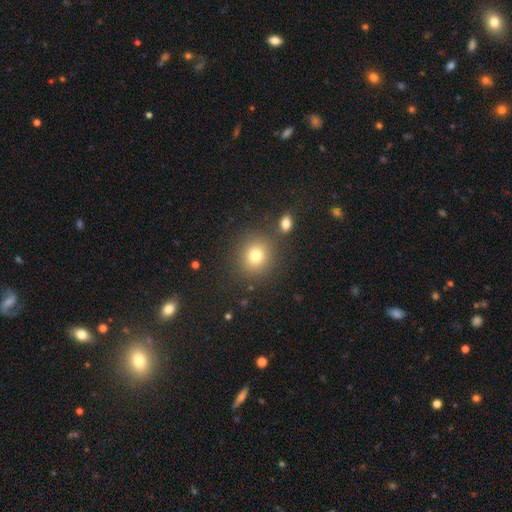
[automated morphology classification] Overall: smooth (78%). How rounded: round (83%). Merging: none (81%).